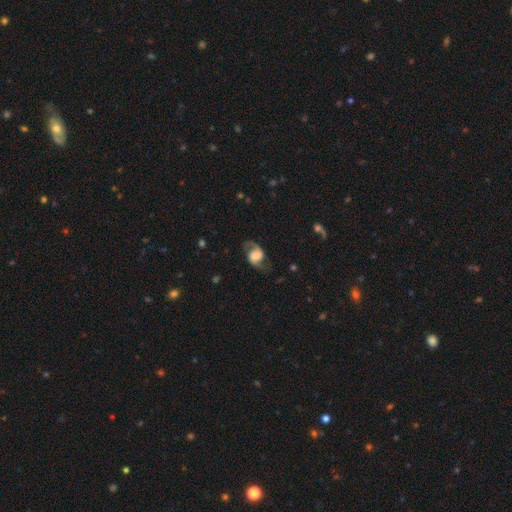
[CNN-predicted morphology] A featured or disk galaxy (74%) with a weak bar (42%), 2 (91%) loose (54%) spiral arms (93%) and a large central bulge (39%). Merging: none (70%).